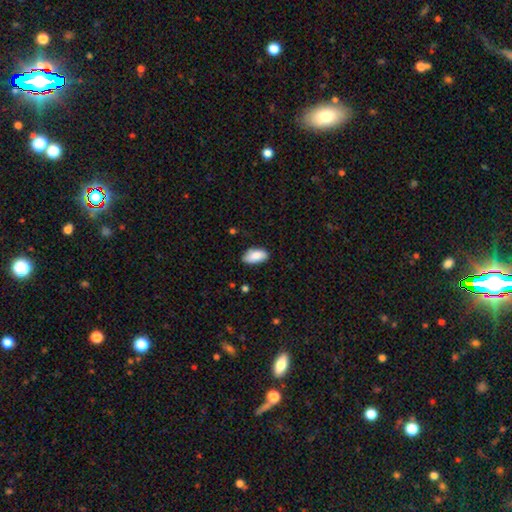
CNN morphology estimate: Smooth or featured? smooth (84%)
How rounded? in between (93%)
Merging? none (77%)